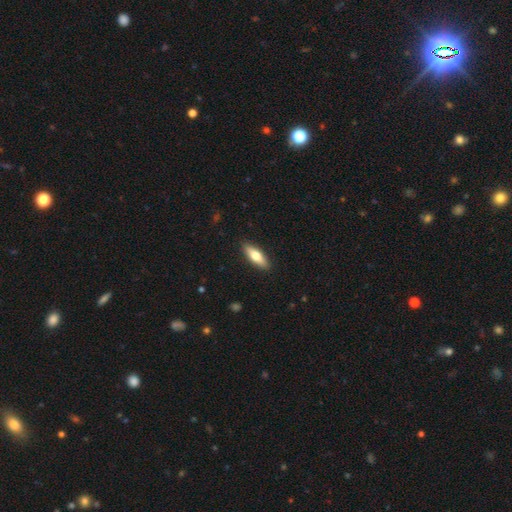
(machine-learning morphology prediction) Smooth or featured? Predicted: smooth (p=0.67). How rounded? Predicted: in between (p=0.53). Merging? Predicted: none (p=0.90).